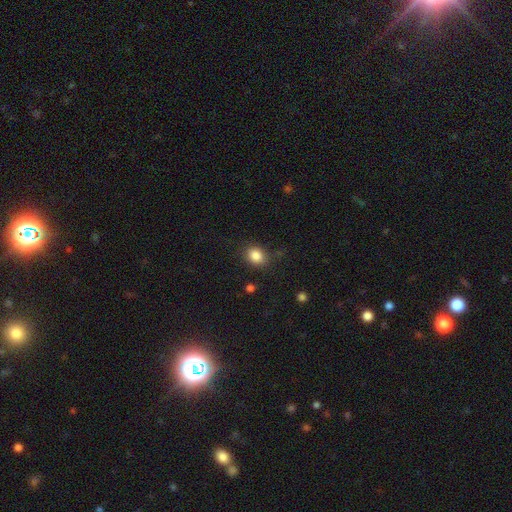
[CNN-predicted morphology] smooth-or-featured: smooth: 85% | star or artifact: 10% | featured or disk: 5%
  how-rounded: in between: 52% | round: 47% | cigar-shaped: 1%
  merging: none: 79% | minor disturbance: 14% | major disturbance: 4% | merger: 2%